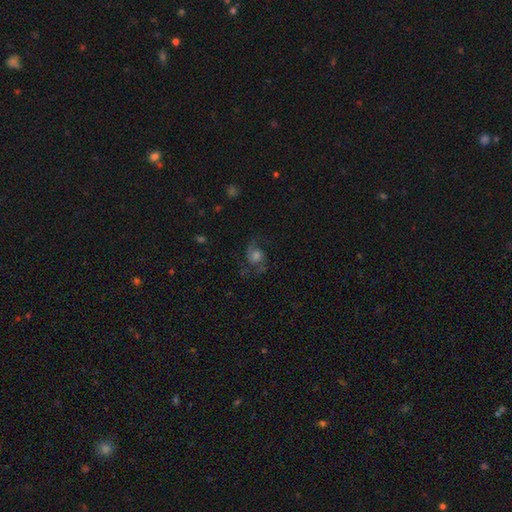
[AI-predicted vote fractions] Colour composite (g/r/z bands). It shows a featured or disk galaxy (64%) with no bar (68%), 2 (88%) loose (48%) spiral arms (92%) and a moderate central bulge (43%). Merging: none (68%).